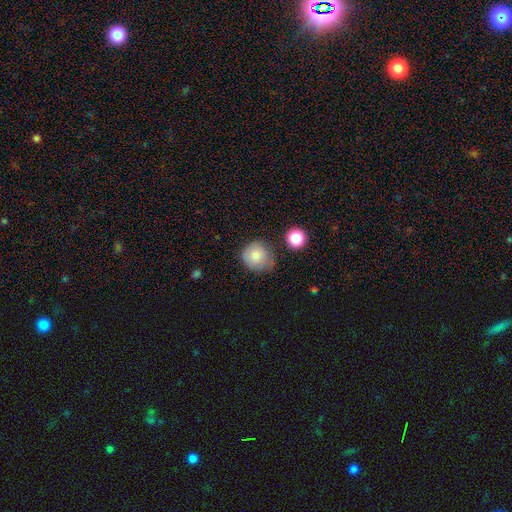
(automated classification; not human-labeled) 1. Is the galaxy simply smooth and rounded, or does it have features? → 82% smooth, 9% featured or disk, 9% star or artifact.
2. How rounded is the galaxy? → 87% round, 12% in between, 1% cigar-shaped.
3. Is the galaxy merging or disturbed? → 66% none, 23% minor disturbance, 6% major disturbance, 5% merger.